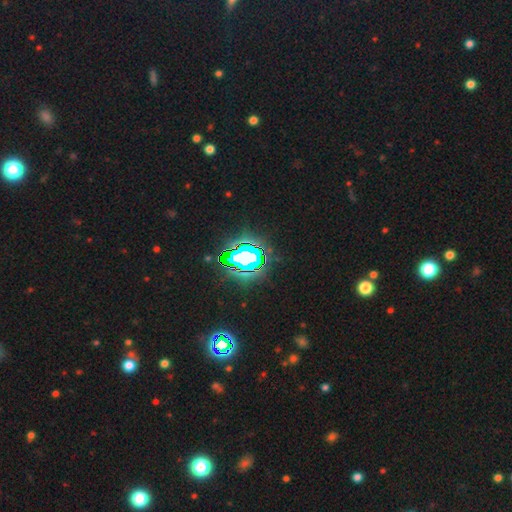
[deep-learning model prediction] This is clearly a star or artifact rather than a galaxy (83%).